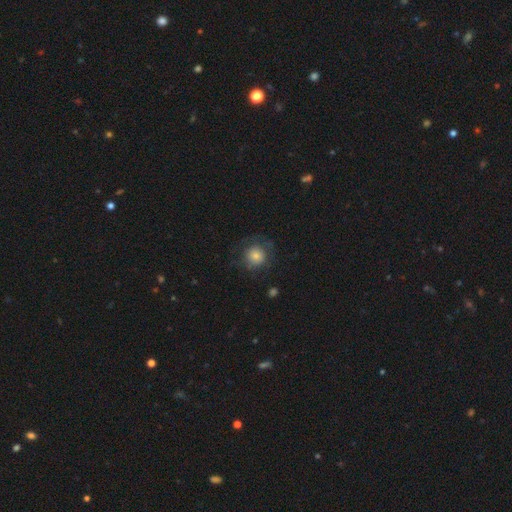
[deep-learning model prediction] Smooth or featured?
  - smooth: 70% *
  - featured or disk: 20%
  - star or artifact: 10%
How rounded?
  - round: 90% *
  - in between: 9%
  - cigar-shaped: 1%
Merging?
  - none: 67% *
  - minor disturbance: 18%
  - major disturbance: 13%
  - merger: 1%